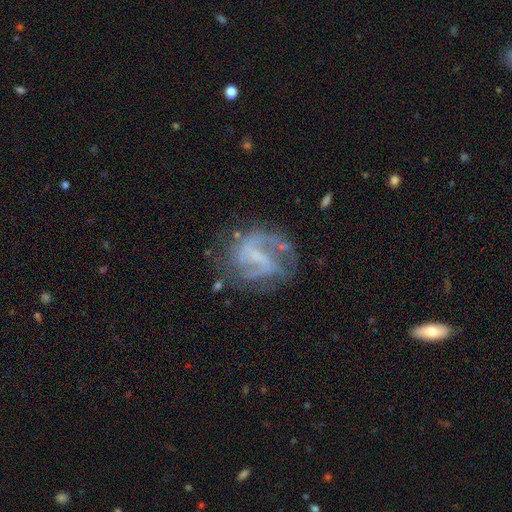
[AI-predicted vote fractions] Morphology: type=featured or disk (82%); edge-on=no (98%); bar=weak (49%); spiral arms=yes (89%); winding=medium (47%); arm count=2 (63%); bulge=none (45%); merging=none (61%).